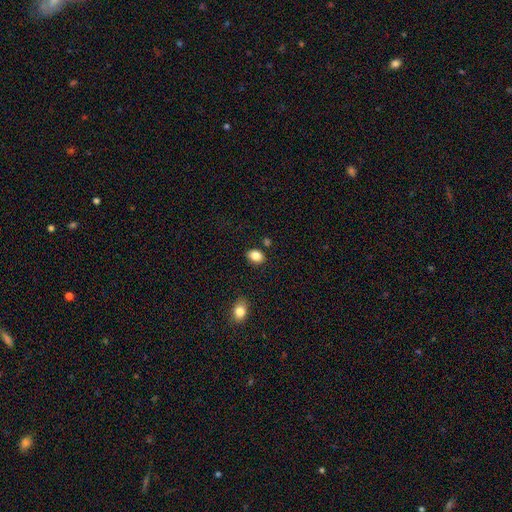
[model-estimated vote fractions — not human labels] Smooth or featured? smooth (86%)
How rounded? in between (72%)
Merging? none (84%)